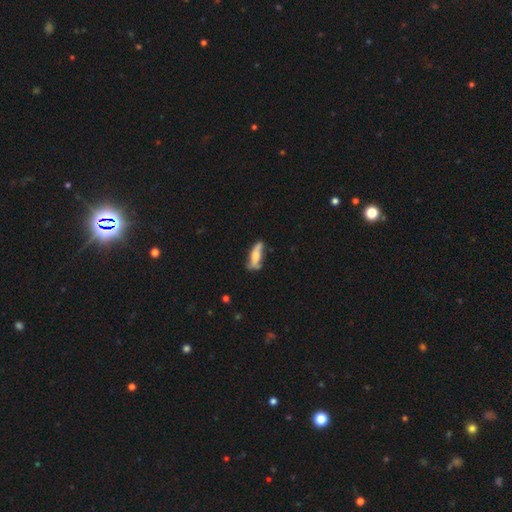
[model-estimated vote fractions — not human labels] A smooth galaxy with no disk features (56%) that is cigar-shaped (50%). Merging: none (56%).